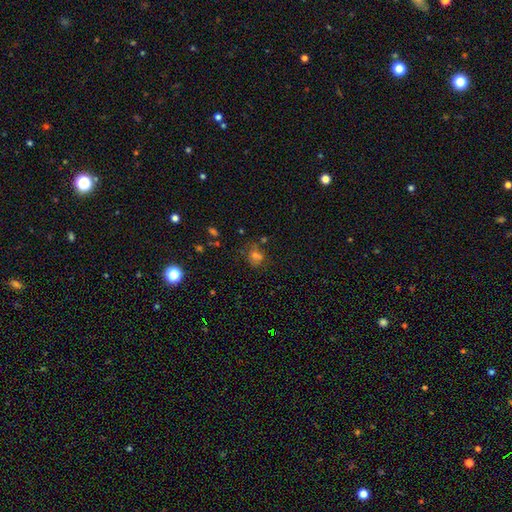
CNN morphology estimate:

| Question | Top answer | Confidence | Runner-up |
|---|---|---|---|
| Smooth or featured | smooth | 52% | star or artifact (34%) |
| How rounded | round | 72% | in between (27%) |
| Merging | none | 64% | minor disturbance (17%) |